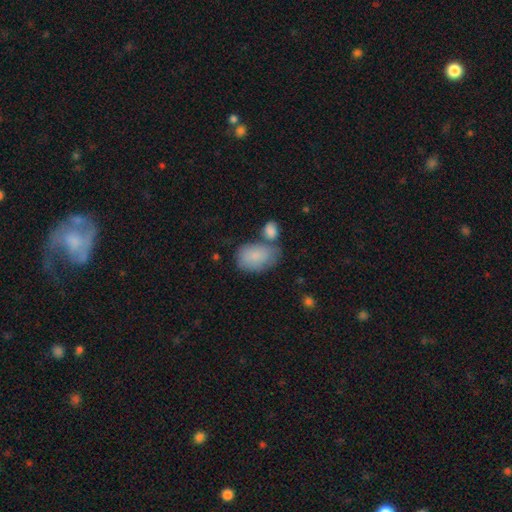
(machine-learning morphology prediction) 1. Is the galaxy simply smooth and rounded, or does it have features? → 83% smooth, 11% featured or disk, 6% star or artifact.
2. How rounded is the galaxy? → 87% in between, 11% round, 1% cigar-shaped.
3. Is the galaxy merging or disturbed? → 46% none, 27% merger, 20% minor disturbance, 7% major disturbance.